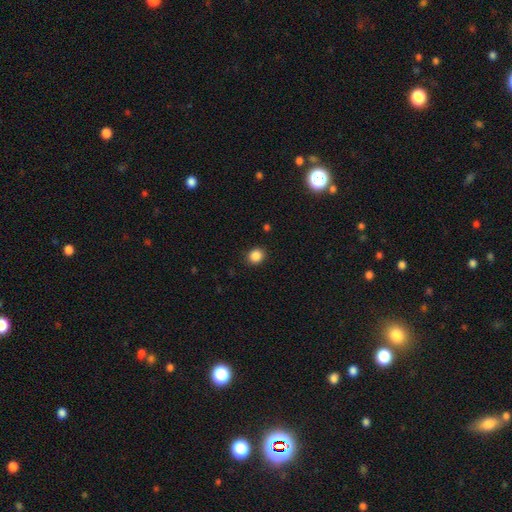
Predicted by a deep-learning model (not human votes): smooth 87%, star or artifact 10%, featured or disk 3%. Down the decision tree: how rounded — round (79%); merging — none (90%).